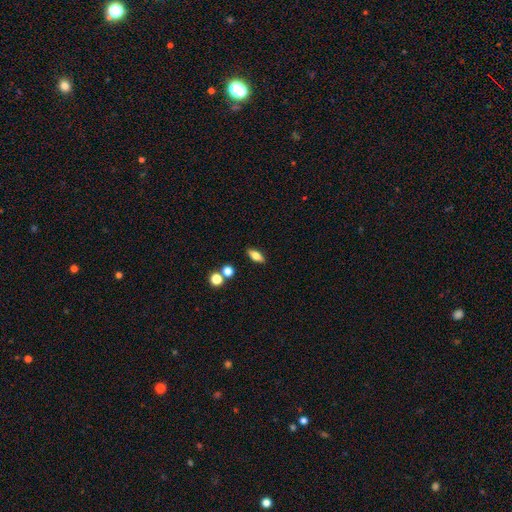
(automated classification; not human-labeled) A smooth galaxy with no disk features (66%) that is in between round and cigar-shaped (76%).

Vote fractions:
- Smooth or featured? smooth: 66% / featured or disk: 25% / star or artifact: 9%
- How rounded? in between: 76% / cigar-shaped: 18% / round: 6%
- Merging? none: 86% / minor disturbance: 9% / merger: 3% / major disturbance: 2%